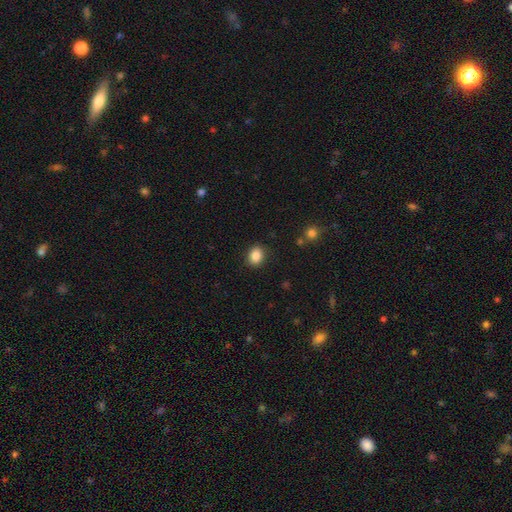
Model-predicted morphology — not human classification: Smooth or featured?
  - smooth: 87% *
  - star or artifact: 9%
  - featured or disk: 4%
How rounded?
  - in between: 52% *
  - round: 48%
  - cigar-shaped: 1%
Merging?
  - none: 87% *
  - minor disturbance: 9%
  - major disturbance: 3%
  - merger: 1%